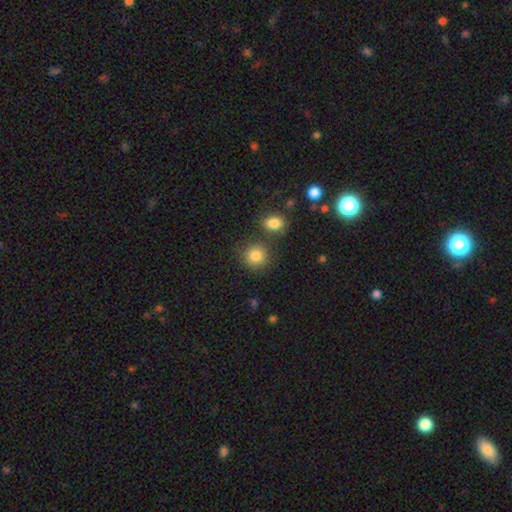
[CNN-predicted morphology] type=smooth (84%); roundness=round (85%); merging=none (75%).